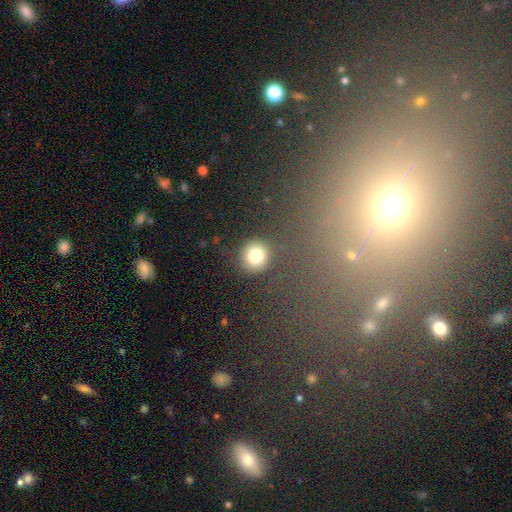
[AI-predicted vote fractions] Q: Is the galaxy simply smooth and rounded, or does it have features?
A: smooth — 81%.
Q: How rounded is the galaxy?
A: round — 88%.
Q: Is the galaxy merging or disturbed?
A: none — 83%.